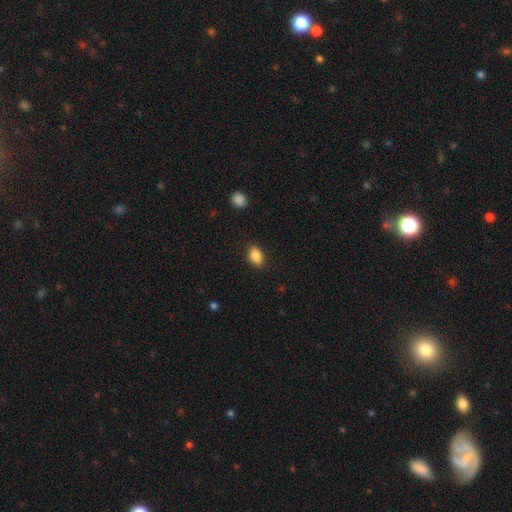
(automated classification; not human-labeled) Smooth or featured?
  - smooth: 87% *
  - star or artifact: 8%
  - featured or disk: 4%
How rounded?
  - in between: 81% *
  - round: 17%
  - cigar-shaped: 1%
Merging?
  - none: 87% *
  - minor disturbance: 10%
  - major disturbance: 3%
  - merger: 1%